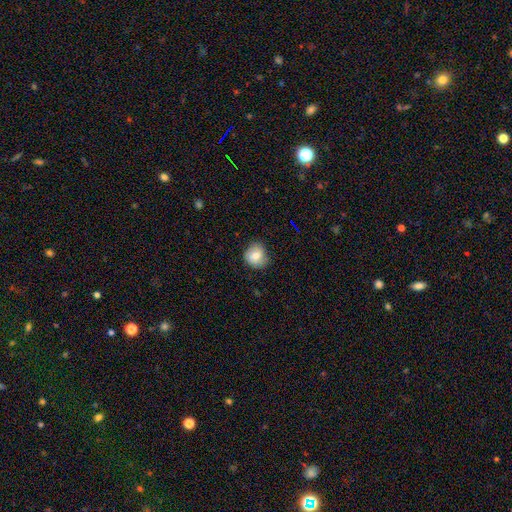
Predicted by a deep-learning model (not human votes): A smooth galaxy with no disk features (78%) that is round (81%). Merging: none (72%).